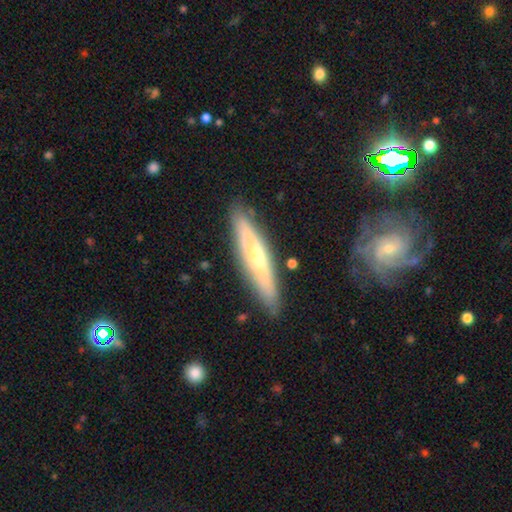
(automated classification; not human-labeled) This is possibly a featured or disk galaxy (55%). It is likely viewed edge-on (74%). Merging: clearly none (84%).